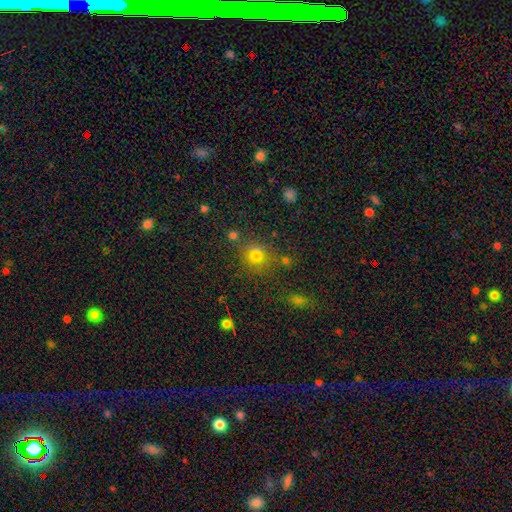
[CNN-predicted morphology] Smooth or featured? smooth (69%)
How rounded? round (86%)
Merging? none (68%)